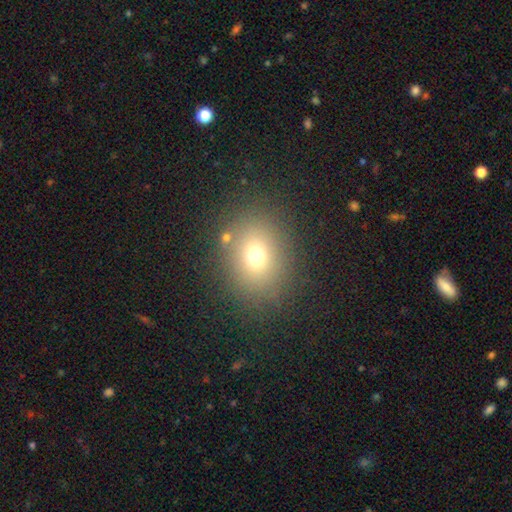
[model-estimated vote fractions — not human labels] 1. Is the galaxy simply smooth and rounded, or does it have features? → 69% smooth, 18% star or artifact, 12% featured or disk.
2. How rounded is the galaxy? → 59% round, 40% in between, 1% cigar-shaped.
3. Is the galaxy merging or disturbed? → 83% none, 9% minor disturbance, 5% major disturbance, 3% merger.